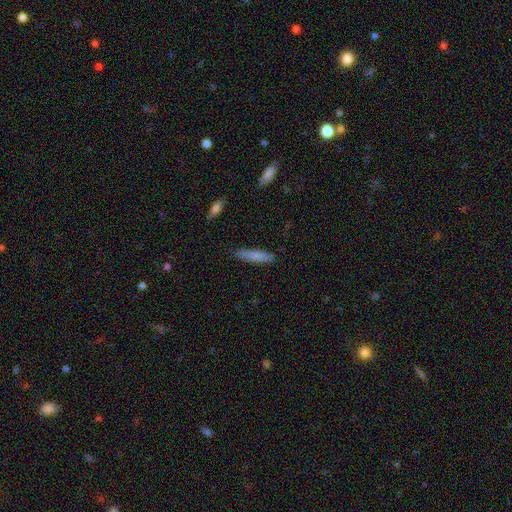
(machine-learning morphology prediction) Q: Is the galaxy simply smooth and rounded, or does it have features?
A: smooth — 80%.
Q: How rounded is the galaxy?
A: cigar-shaped — 88%.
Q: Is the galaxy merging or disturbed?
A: none — 86%.